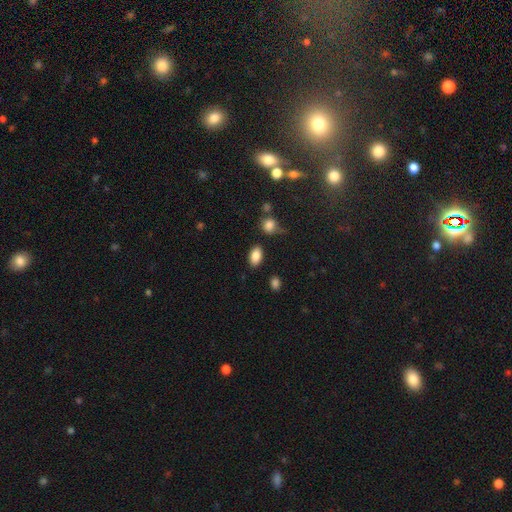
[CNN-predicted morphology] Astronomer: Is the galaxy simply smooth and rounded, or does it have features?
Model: smooth — 87%.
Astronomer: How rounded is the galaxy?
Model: in between — 91%.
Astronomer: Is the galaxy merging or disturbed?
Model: none — 82%.